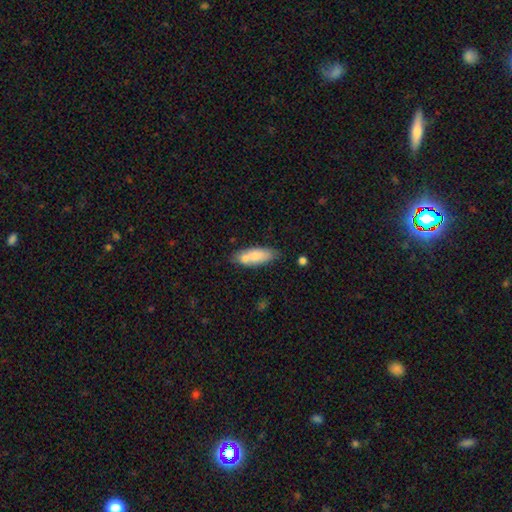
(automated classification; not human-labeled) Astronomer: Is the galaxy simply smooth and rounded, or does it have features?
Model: smooth — 77%.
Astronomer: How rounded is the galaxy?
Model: in between — 68%.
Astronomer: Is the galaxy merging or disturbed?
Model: none — 62%.